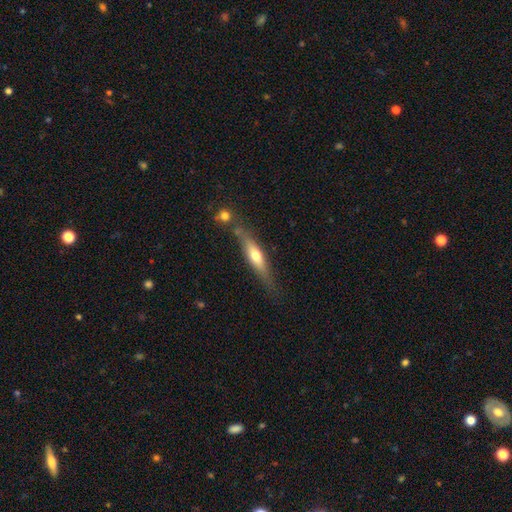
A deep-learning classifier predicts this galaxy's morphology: Smooth or featured? Predicted: smooth (p=0.48). Merging? Predicted: none (p=0.68).